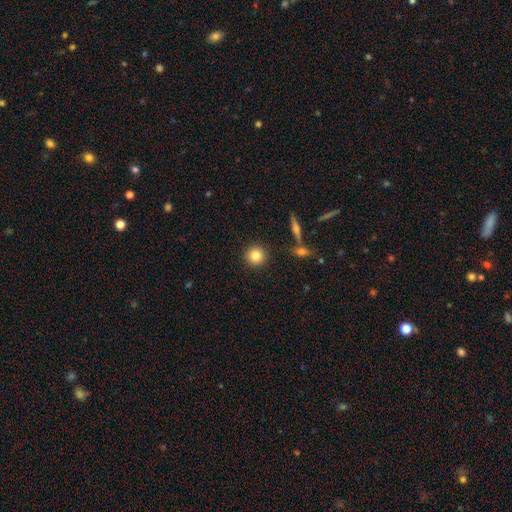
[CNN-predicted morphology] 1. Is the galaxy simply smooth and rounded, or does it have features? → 82% smooth, 10% star or artifact, 8% featured or disk.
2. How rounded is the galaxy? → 93% round, 6% in between, 1% cigar-shaped.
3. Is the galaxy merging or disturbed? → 89% none, 6% minor disturbance, 3% merger, 2% major disturbance.